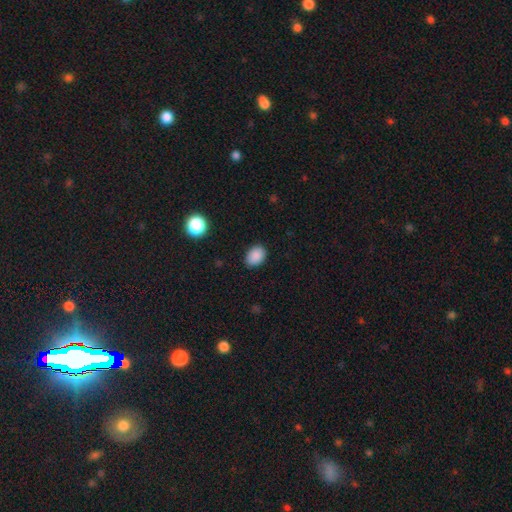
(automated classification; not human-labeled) Q: Smooth or featured?
A: smooth (88%); runner-up: star or artifact (9%)
Q: How rounded?
A: in between (74%); runner-up: round (25%)
Q: Merging?
A: none (86%); runner-up: minor disturbance (11%)